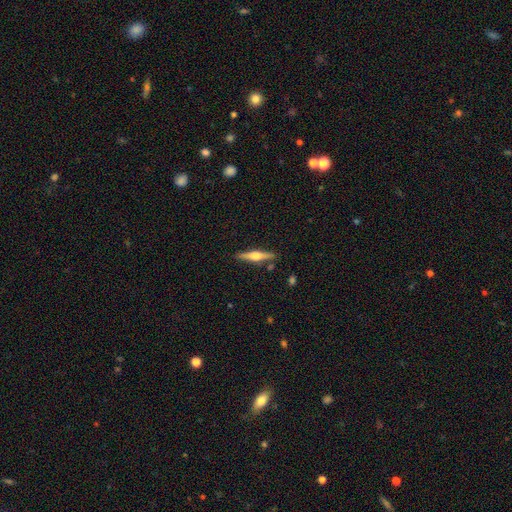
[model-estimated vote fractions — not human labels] Morphology: type=featured or disk (67%); edge-on=yes (97%); edge-on bulge=rounded (94%); merging=none (87%).